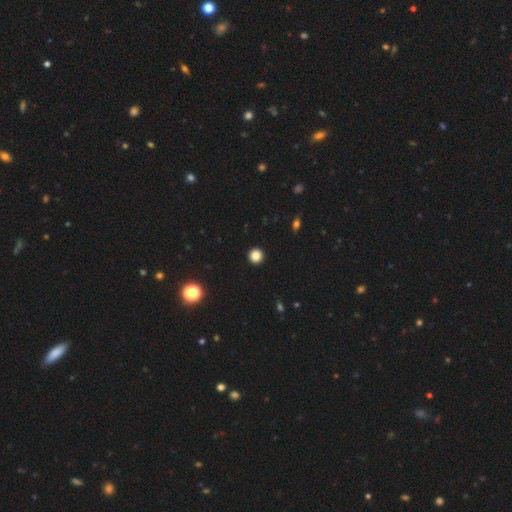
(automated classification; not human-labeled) This appears to be a smooth galaxy with no disk features (85%) that is round (96%). Merging: none (94%).